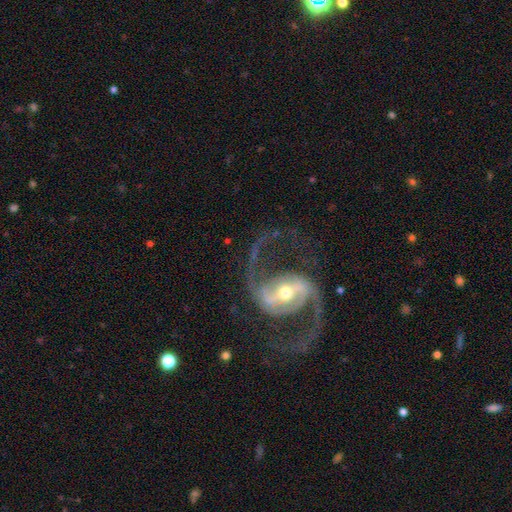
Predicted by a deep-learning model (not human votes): Smooth or featured? Predicted: featured or disk (p=0.93). Edge-on disk? Predicted: no (p=0.98). Bar? Predicted: strong (p=0.48). Spiral arms? Predicted: yes (p=0.98). Spiral winding? Predicted: medium (p=0.57). Spiral arm count? Predicted: 2 (p=0.95). Bulge size? Predicted: moderate (p=0.57). Merging? Predicted: none (p=0.80).